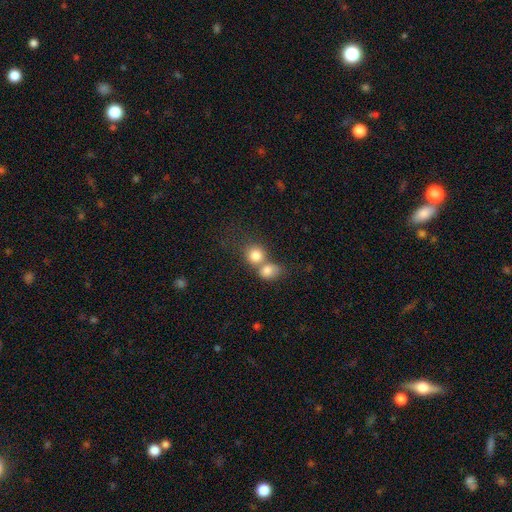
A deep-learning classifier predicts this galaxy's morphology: Smooth or featured?
  - smooth: 80% *
  - featured or disk: 10%
  - star or artifact: 9%
How rounded?
  - round: 74% *
  - in between: 25%
  - cigar-shaped: 1%
Merging?
  - merger: 58% *
  - none: 32%
  - minor disturbance: 7%
  - major disturbance: 4%